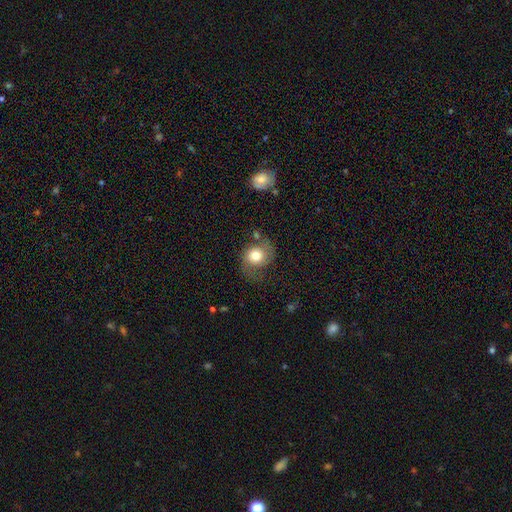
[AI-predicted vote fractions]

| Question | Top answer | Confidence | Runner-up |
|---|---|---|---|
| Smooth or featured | smooth | 55% | featured or disk (37%) |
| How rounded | round | 71% | in between (28%) |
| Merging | none | 53% | minor disturbance (25%) |